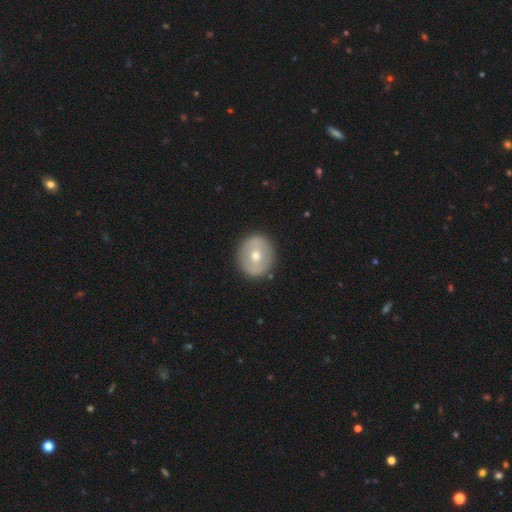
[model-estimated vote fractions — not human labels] Morphology: type=smooth (49%); merging=none (89%).